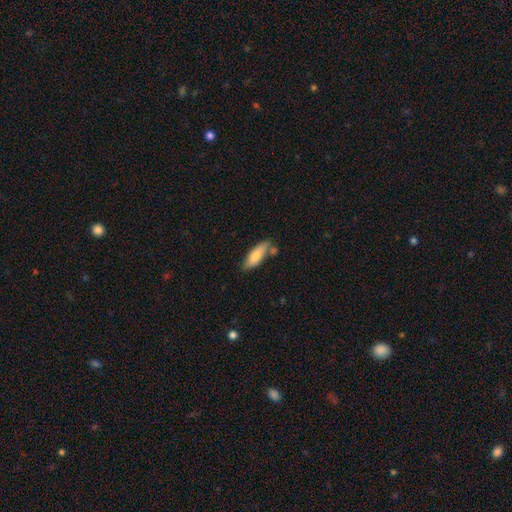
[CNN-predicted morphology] Smooth or featured?
  - smooth: 76% *
  - featured or disk: 18%
  - star or artifact: 6%
How rounded?
  - in between: 56% *
  - cigar-shaped: 42%
  - round: 2%
Merging?
  - none: 66% *
  - minor disturbance: 19%
  - merger: 12%
  - major disturbance: 4%